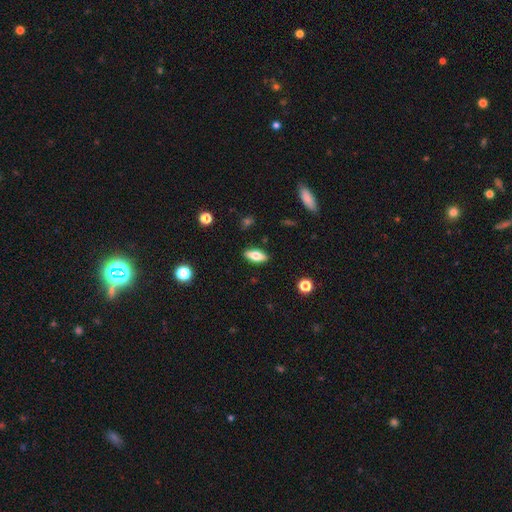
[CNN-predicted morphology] Overall: smooth (65%; featured or disk 28%). How rounded: in between (71%). Merging: none (87%).